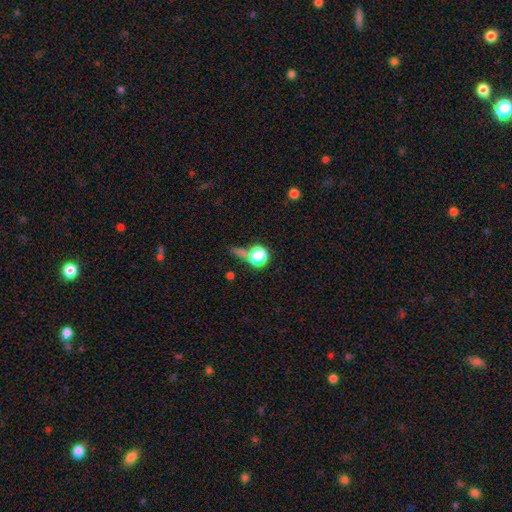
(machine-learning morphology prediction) Overall: smooth (46%; star or artifact 42%). Merging: none (65%).